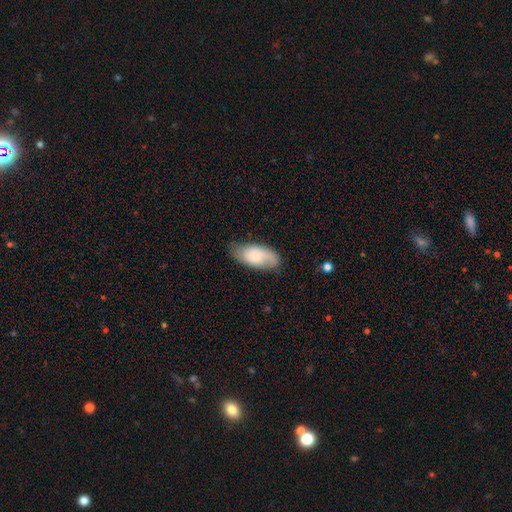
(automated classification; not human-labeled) Overall: smooth (59%; featured or disk 34%). How rounded: in between (93%). Merging: none (68%).